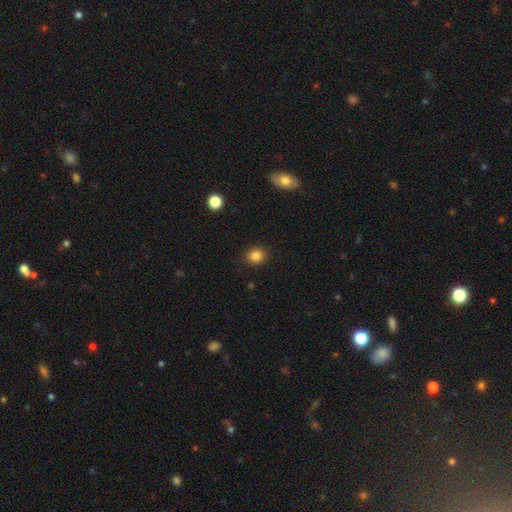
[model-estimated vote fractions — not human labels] Smooth or featured? smooth (84%)
How rounded? round (79%)
Merging? none (90%)